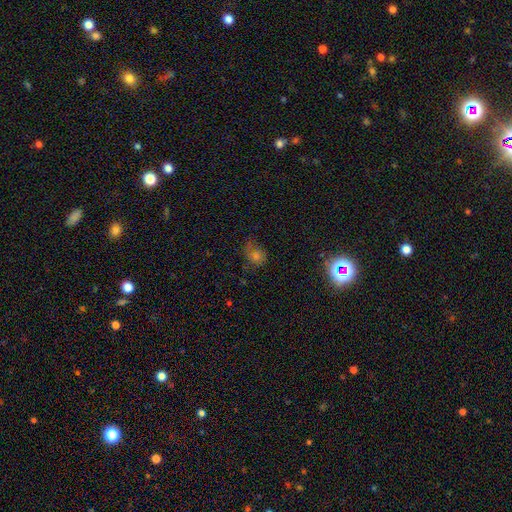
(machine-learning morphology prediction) A smooth galaxy with no disk features (47%).

Vote fractions:
- Smooth or featured? smooth: 47% / star or artifact: 33% / featured or disk: 20%
- Merging? none: 52% / minor disturbance: 27% / major disturbance: 18% / merger: 3%